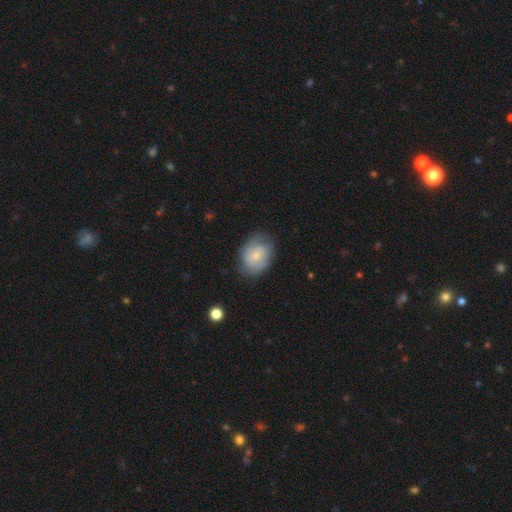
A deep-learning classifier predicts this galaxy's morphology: smooth 58%, featured or disk 35%, star or artifact 7%. Down the decision tree: how rounded — in between (59%); merging — none (68%).